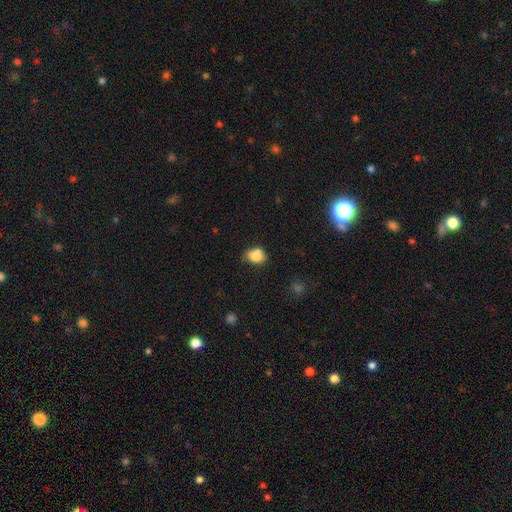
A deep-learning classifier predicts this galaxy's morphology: A smooth galaxy with no disk features (78%) that is in between round and cigar-shaped (55%). Merging: none (48%).